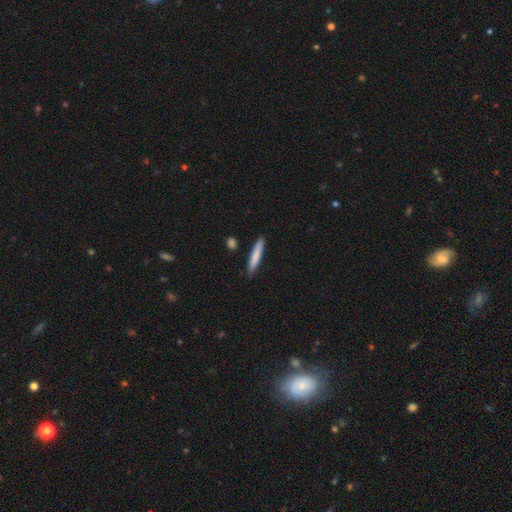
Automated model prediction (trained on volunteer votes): Overall: smooth (80%). How rounded: cigar-shaped (92%). Merging: none (87%).